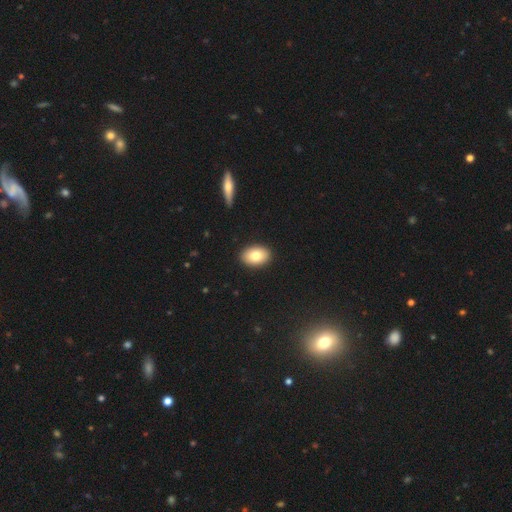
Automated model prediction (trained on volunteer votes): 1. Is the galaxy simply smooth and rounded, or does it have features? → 80% smooth, 13% featured or disk, 8% star or artifact.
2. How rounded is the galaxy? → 86% in between, 13% round, 1% cigar-shaped.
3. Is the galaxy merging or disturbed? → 90% none, 7% minor disturbance, 2% major disturbance, 1% merger.